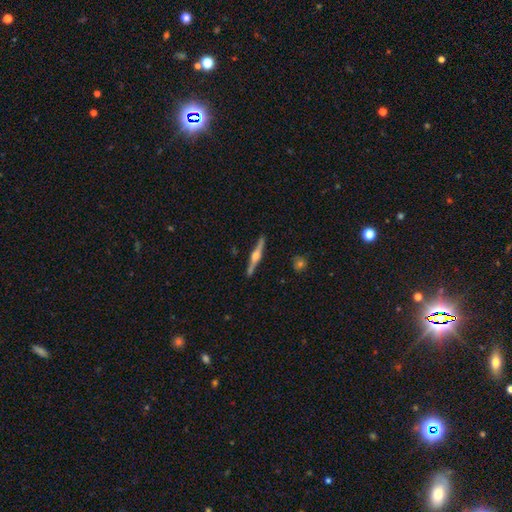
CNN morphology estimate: featured or disk 79%, smooth 16%, star or artifact 5%. Down the decision tree: edge-on disk — yes (98%); edge-on bulge — rounded (90%); merging — none (90%).